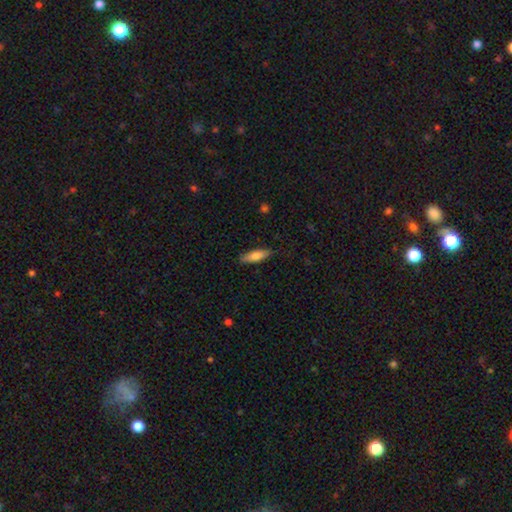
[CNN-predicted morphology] A smooth galaxy with no disk features (75%) that is cigar-shaped (56%). Merging: none (84%).